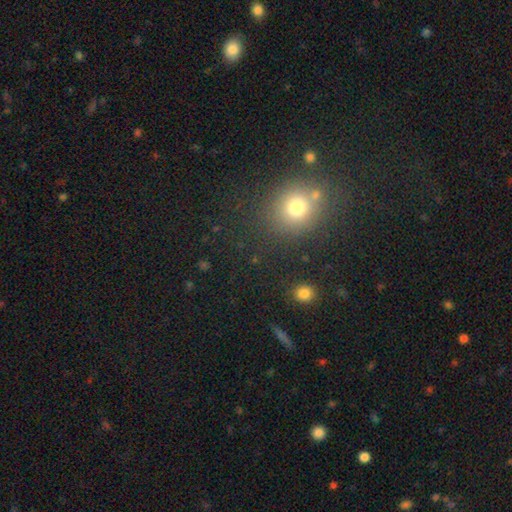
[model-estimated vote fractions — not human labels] Smooth or featured? smooth (61%)
How rounded? round (78%)
Merging? none (78%)